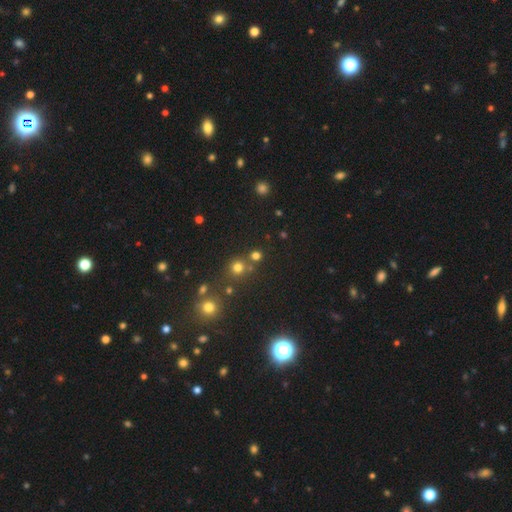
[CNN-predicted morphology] Smooth or featured? Predicted: smooth (p=0.69). How rounded? Predicted: round (p=0.89). Merging? Predicted: none (p=0.72).